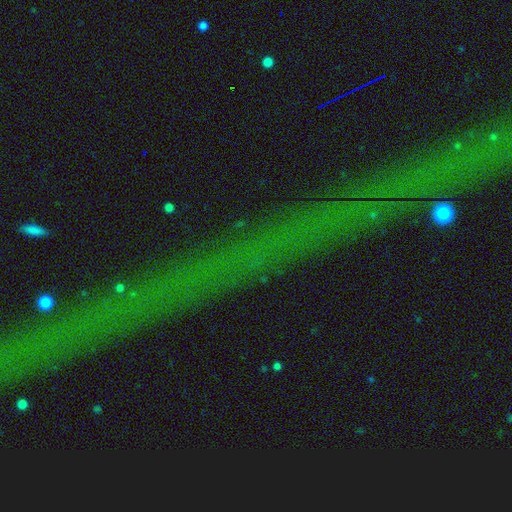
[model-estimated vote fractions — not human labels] smooth_or_featured: star or artifact (p=0.76) [alt: featured or disk p=0.13]